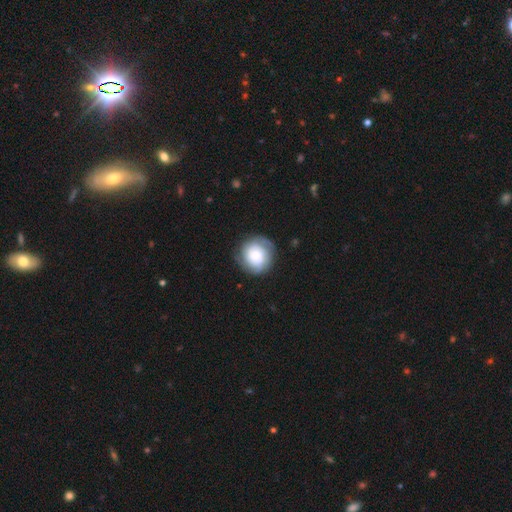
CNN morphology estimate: Smooth or featured? Predicted: smooth (p=0.55). How rounded? Predicted: round (p=0.89). Merging? Predicted: none (p=0.76).